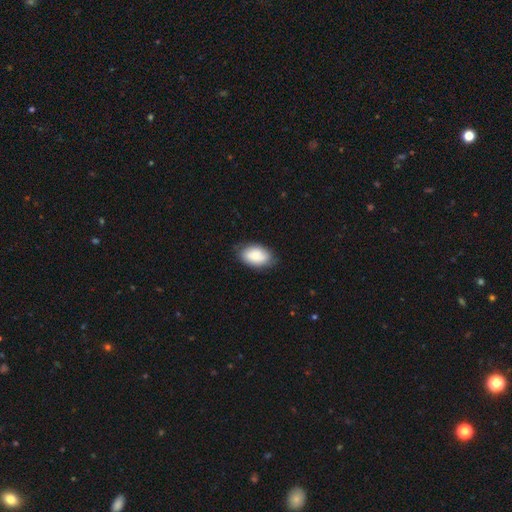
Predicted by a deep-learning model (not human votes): A smooth galaxy with no disk features (78%) that is in between round and cigar-shaped (92%). Merging: none (75%).